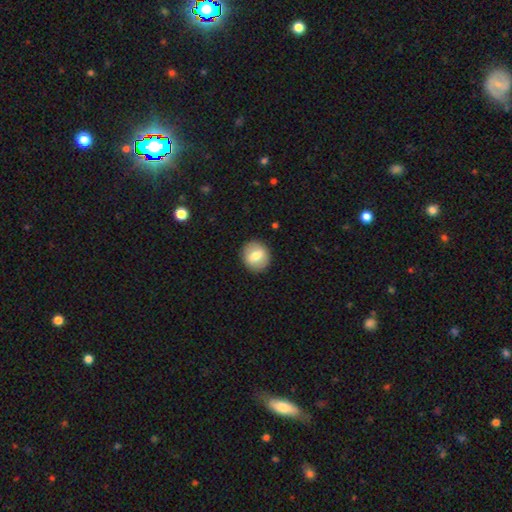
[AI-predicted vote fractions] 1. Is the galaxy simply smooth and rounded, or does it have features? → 65% smooth, 27% featured or disk, 8% star or artifact.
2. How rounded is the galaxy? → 82% round, 17% in between, 1% cigar-shaped.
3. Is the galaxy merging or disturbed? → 90% none, 7% minor disturbance, 2% major disturbance, 1% merger.